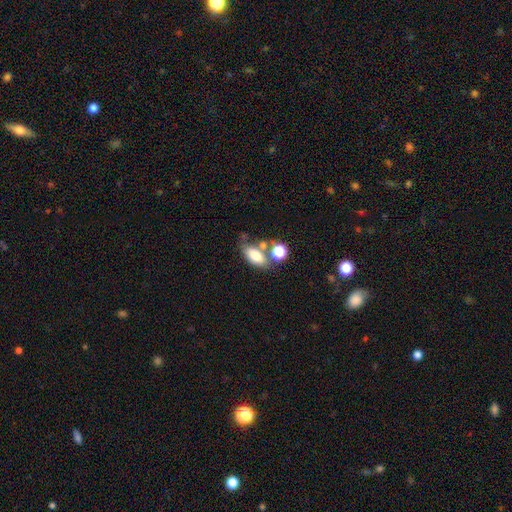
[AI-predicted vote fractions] Smooth or featured? smooth (76%)
How rounded? in between (86%)
Merging? none (48%)